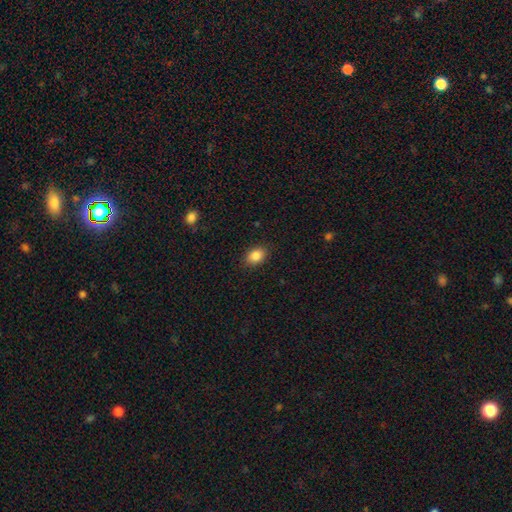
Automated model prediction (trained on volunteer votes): This appears to be a smooth galaxy with no disk features (86%) that is in between round and cigar-shaped (75%). Merging: none (88%).